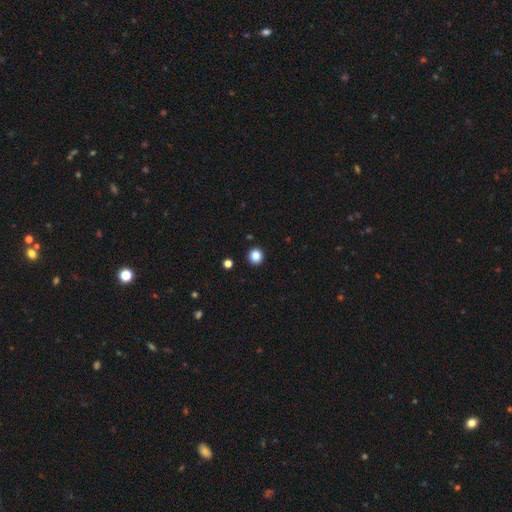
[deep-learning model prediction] Smooth or featured? smooth (86%)
How rounded? round (93%)
Merging? none (93%)